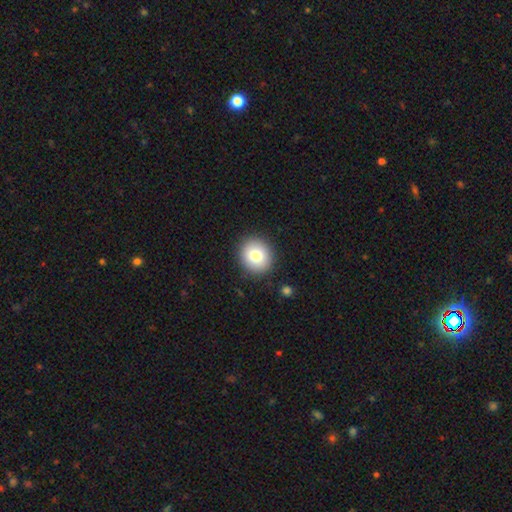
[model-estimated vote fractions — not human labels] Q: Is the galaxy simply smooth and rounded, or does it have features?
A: smooth — 79%.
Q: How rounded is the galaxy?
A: round — 84%.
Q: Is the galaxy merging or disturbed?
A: none — 90%.